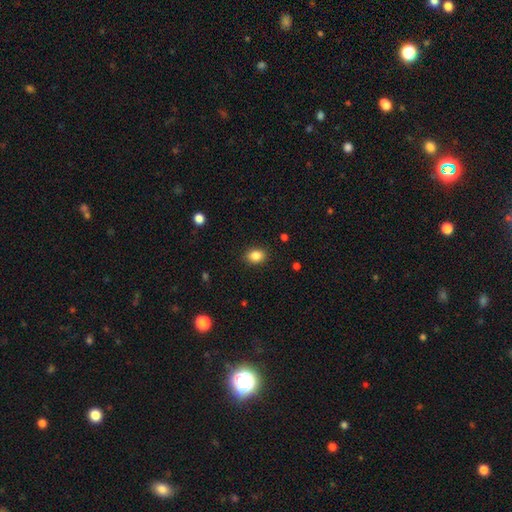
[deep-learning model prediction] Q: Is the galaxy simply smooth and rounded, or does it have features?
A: smooth — 85%.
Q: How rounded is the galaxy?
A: in between — 56%.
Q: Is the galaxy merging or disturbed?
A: none — 89%.